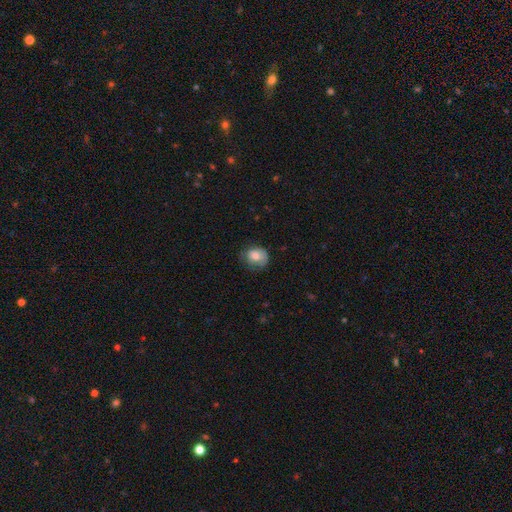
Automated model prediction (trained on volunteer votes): Smooth or featured?
  - smooth: 74% *
  - featured or disk: 19%
  - star or artifact: 8%
How rounded?
  - round: 64% *
  - in between: 35%
  - cigar-shaped: 1%
Merging?
  - none: 56% *
  - minor disturbance: 30%
  - major disturbance: 13%
  - merger: 1%